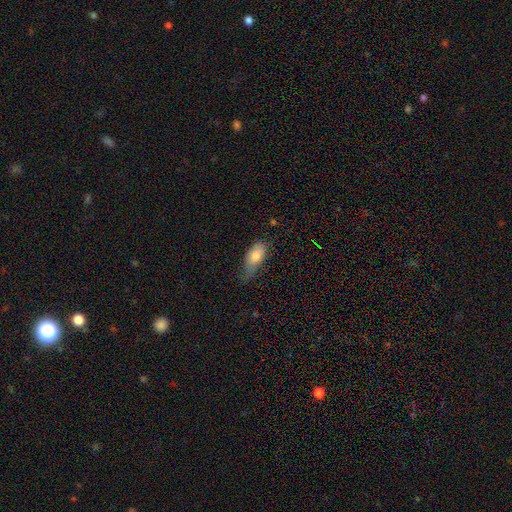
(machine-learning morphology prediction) Smooth or featured: smooth — 78% (featured or disk — 15%)
How rounded: in between — 87% (cigar-shaped — 9%)
Merging: minor disturbance — 42% (none — 38%)